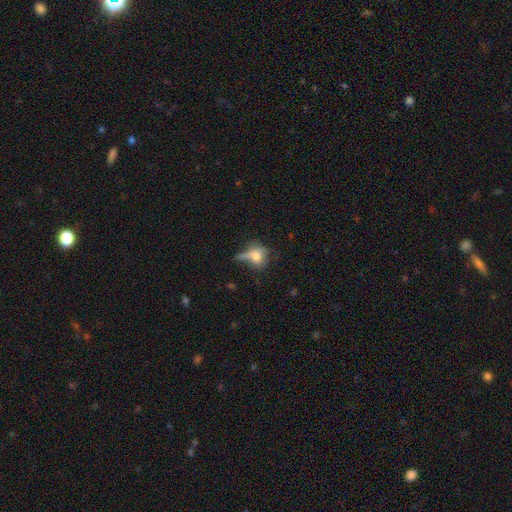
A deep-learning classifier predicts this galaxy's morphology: Q: Smooth or featured?
A: smooth (68%); runner-up: featured or disk (20%)
Q: How rounded?
A: round (54%); runner-up: in between (42%)
Q: Merging?
A: none (37%); runner-up: major disturbance (24%)